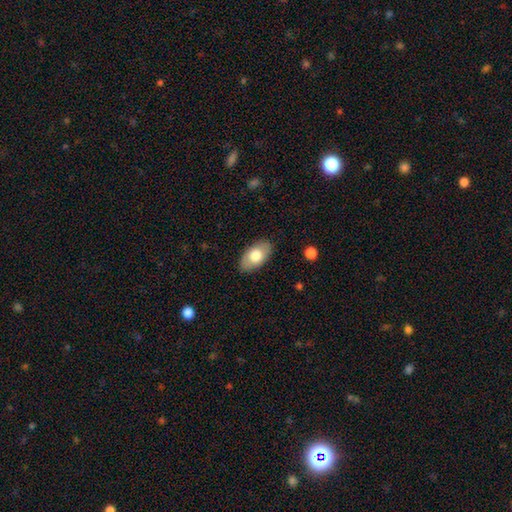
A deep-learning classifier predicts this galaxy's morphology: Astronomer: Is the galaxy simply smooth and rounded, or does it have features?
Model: smooth — 74%.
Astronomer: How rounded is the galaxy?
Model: in between — 94%.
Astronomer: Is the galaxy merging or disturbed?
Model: none — 86%.